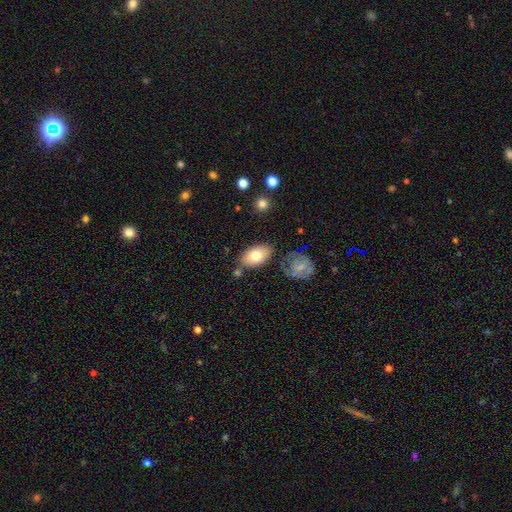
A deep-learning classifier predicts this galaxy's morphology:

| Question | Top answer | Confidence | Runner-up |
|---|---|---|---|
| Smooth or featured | smooth | 76% | featured or disk (17%) |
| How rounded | in between | 91% | round (7%) |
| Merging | none | 74% | minor disturbance (15%) |